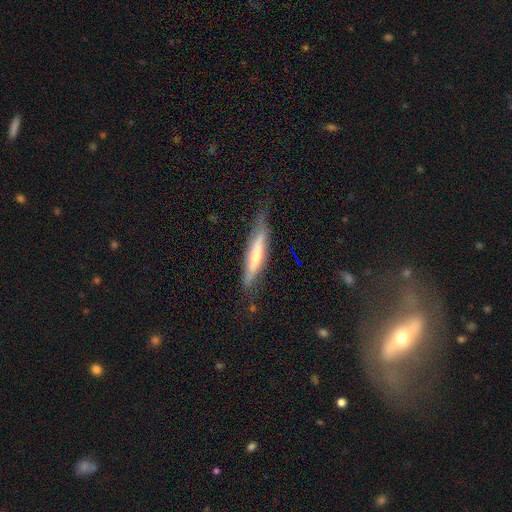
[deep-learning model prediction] This is possibly a featured or disk galaxy (50%). Merging: likely none (66%).